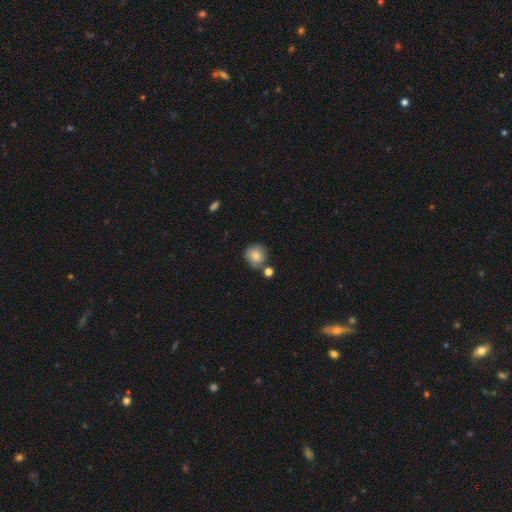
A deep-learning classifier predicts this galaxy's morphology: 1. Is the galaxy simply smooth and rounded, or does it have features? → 79% smooth, 12% featured or disk, 9% star or artifact.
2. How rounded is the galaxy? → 89% round, 10% in between, 1% cigar-shaped.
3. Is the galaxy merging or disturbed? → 66% none, 16% minor disturbance, 14% merger, 4% major disturbance.